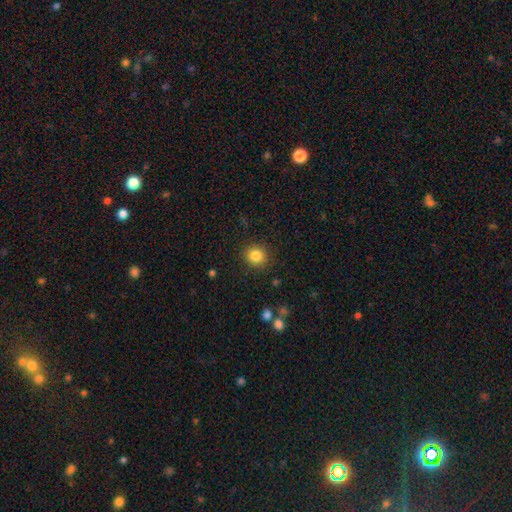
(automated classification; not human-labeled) Morphology: type=smooth (84%); roundness=round (86%); merging=none (89%).